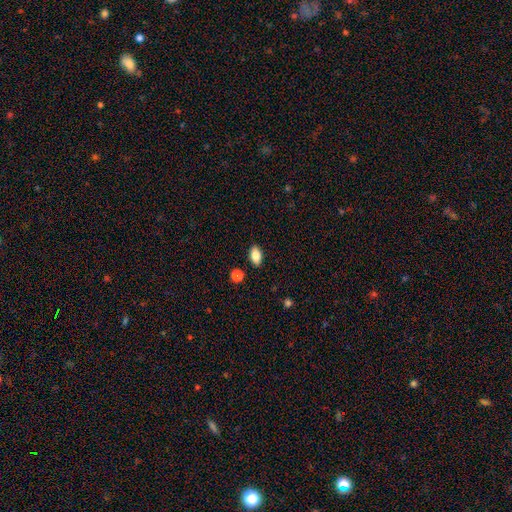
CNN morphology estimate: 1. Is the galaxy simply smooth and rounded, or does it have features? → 84% smooth, 8% featured or disk, 8% star or artifact.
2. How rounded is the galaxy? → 90% in between, 6% round, 4% cigar-shaped.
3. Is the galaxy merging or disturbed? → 87% none, 9% minor disturbance, 2% merger, 2% major disturbance.